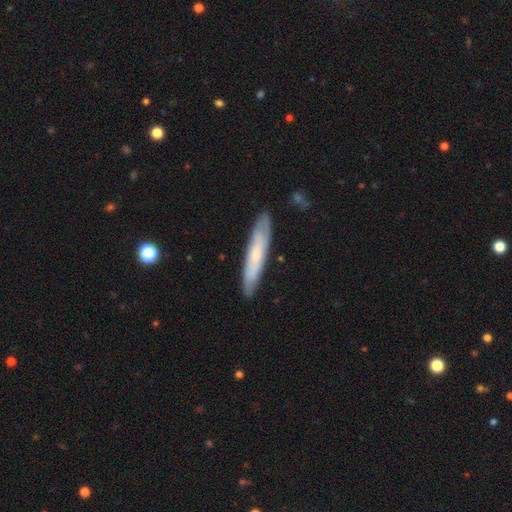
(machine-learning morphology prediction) smooth 52%, featured or disk 41%, star or artifact 6%. Down the decision tree: how rounded — cigar-shaped (89%); merging — none (86%).